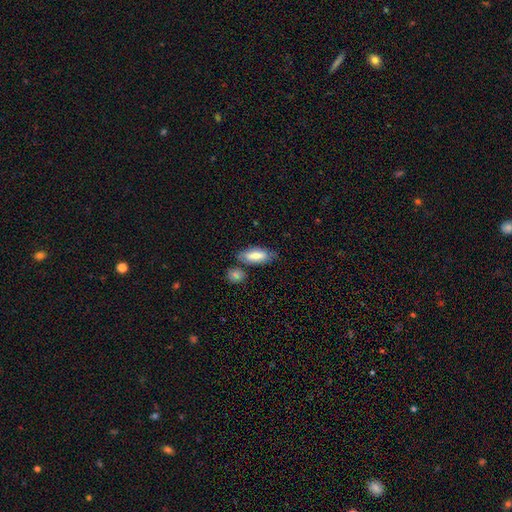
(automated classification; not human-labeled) smooth 71%, featured or disk 22%, star or artifact 7%. Down the decision tree: how rounded — in between (78%); merging — none (70%).